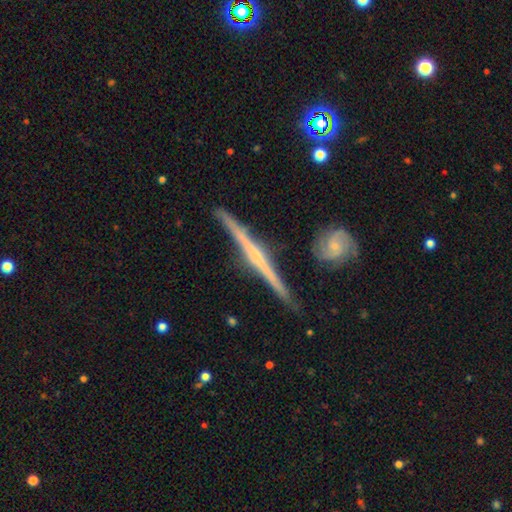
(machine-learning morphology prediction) Smooth or featured? Predicted: featured or disk (p=0.83). Edge-on disk? Predicted: yes (p=0.98). Edge-on bulge? Predicted: rounded (p=0.49). Merging? Predicted: none (p=0.88).